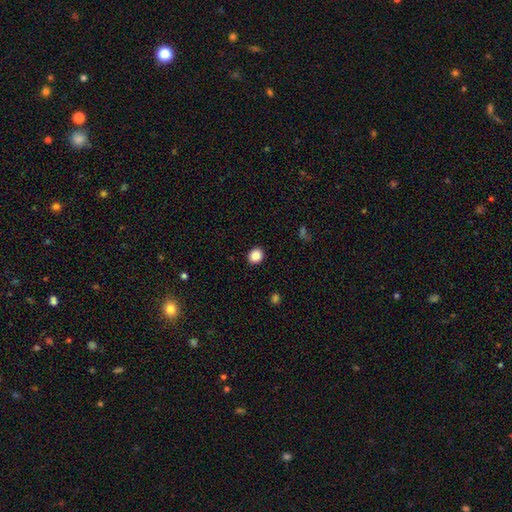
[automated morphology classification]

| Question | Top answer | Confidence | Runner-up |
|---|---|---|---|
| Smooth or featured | smooth | 87% | star or artifact (10%) |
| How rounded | round | 73% | in between (26%) |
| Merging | none | 91% | minor disturbance (6%) |